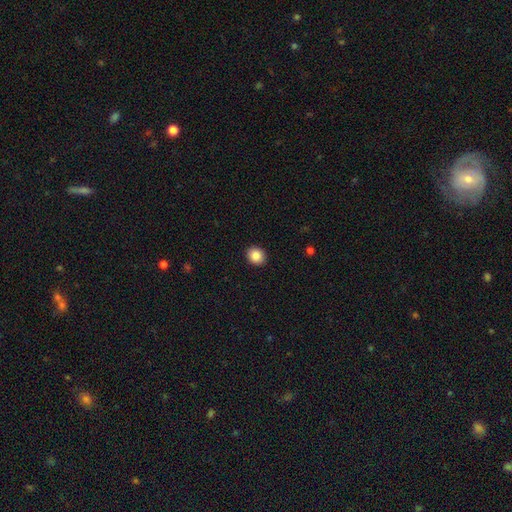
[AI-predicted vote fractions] smooth 87%, star or artifact 9%, featured or disk 5%. Down the decision tree: how rounded — round (70%); merging — none (92%).